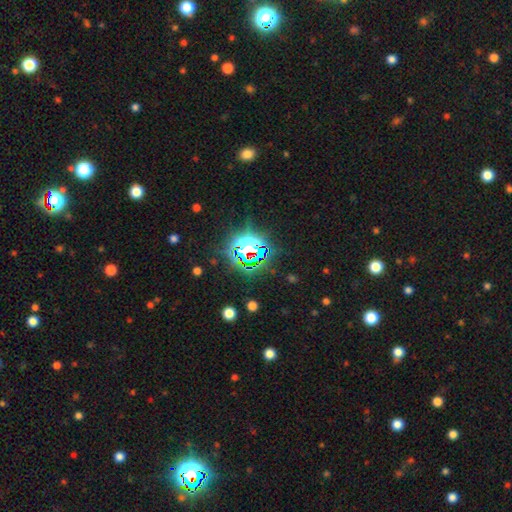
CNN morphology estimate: type=star or artifact (76%).